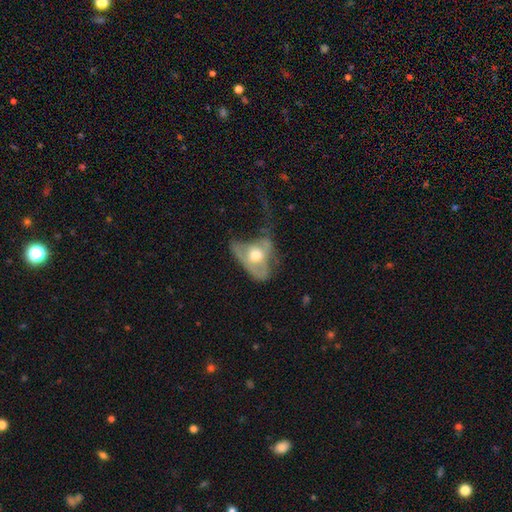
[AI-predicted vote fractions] Smooth or featured: featured or disk — 50% (smooth — 43%)
Merging: major disturbance — 53% (minor disturbance — 22%)